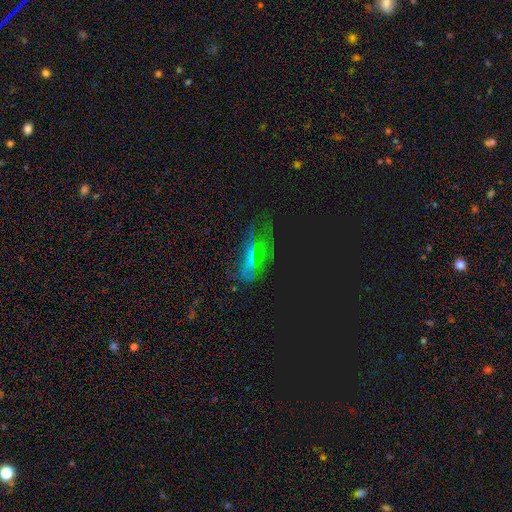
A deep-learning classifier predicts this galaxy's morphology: Smooth or featured?
  - star or artifact: 45% *
  - smooth: 28%
  - featured or disk: 27%